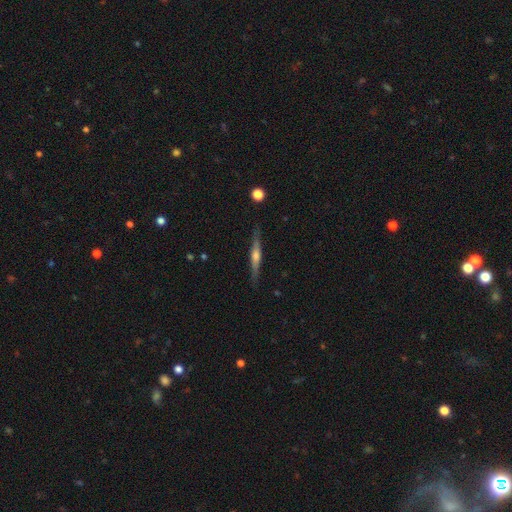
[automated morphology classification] Overall: featured or disk (70%). Edge-on disk: yes (98%). Edge-on bulge: rounded (79%). Merging: none (88%).